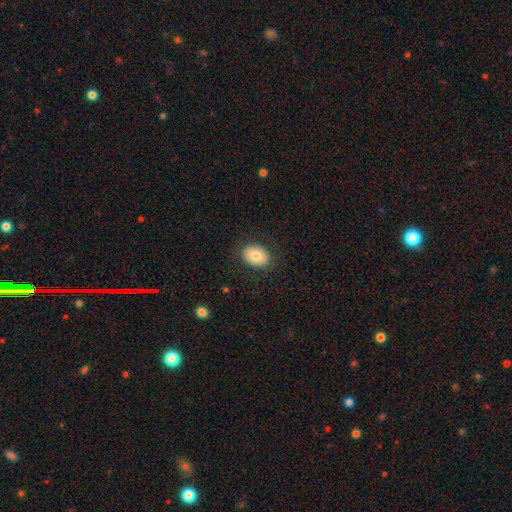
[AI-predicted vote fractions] Smooth or featured? smooth (78%)
How rounded? in between (68%)
Merging? none (86%)